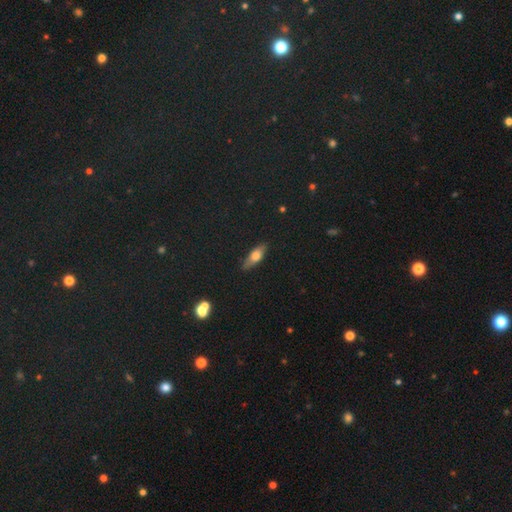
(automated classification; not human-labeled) The model was most divided on "how rounded": in between: 57%, cigar-shaped: 39%, round: 4%. More confident: merging — none (83%); smooth or featured — smooth (57%).